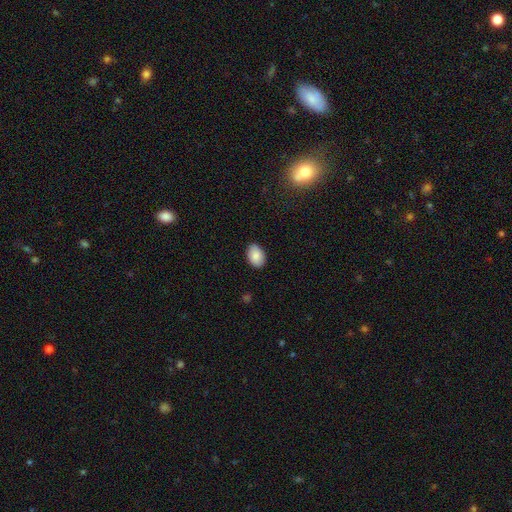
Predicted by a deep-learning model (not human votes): Q: Smooth or featured?
A: smooth (87%); runner-up: star or artifact (7%)
Q: How rounded?
A: in between (86%); runner-up: round (13%)
Q: Merging?
A: none (86%); runner-up: minor disturbance (10%)